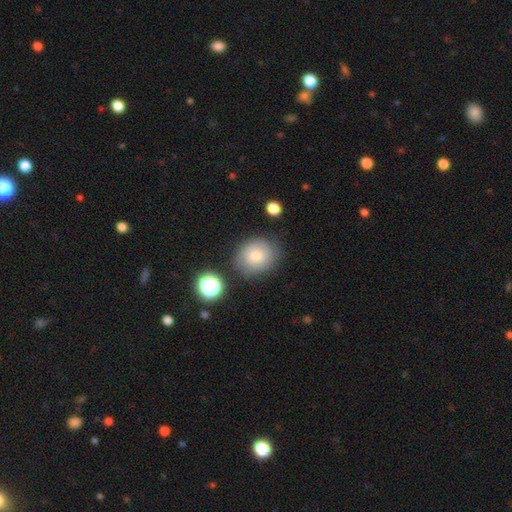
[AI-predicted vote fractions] This appears to be a smooth galaxy with no disk features (72%) that is round (74%). Merging: none (73%).